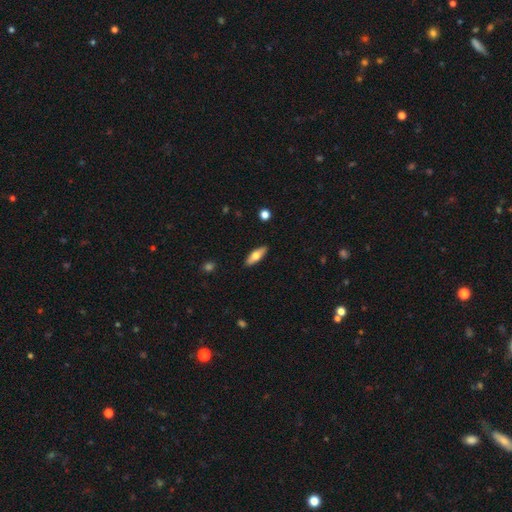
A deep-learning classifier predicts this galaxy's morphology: Smooth or featured? smooth (62%)
How rounded? in between (59%)
Merging? none (89%)